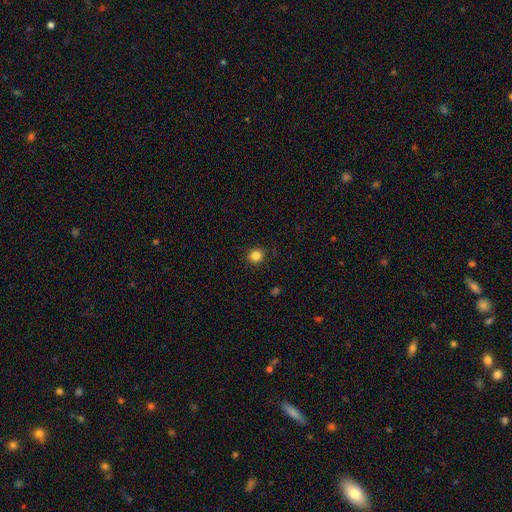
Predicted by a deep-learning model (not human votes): smooth_or_featured: smooth (p=0.85) [alt: star or artifact p=0.11]
how_rounded: round (p=0.82) [alt: in between p=0.17]
merging: none (p=0.88) [alt: minor disturbance p=0.09]